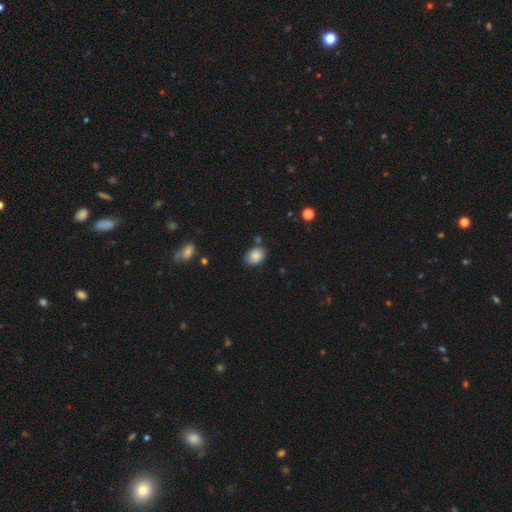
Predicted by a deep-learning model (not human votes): Smooth or featured?
  - smooth: 85% *
  - star or artifact: 8%
  - featured or disk: 7%
How rounded?
  - in between: 78% *
  - round: 21%
  - cigar-shaped: 1%
Merging?
  - none: 69% *
  - minor disturbance: 21%
  - merger: 5%
  - major disturbance: 4%